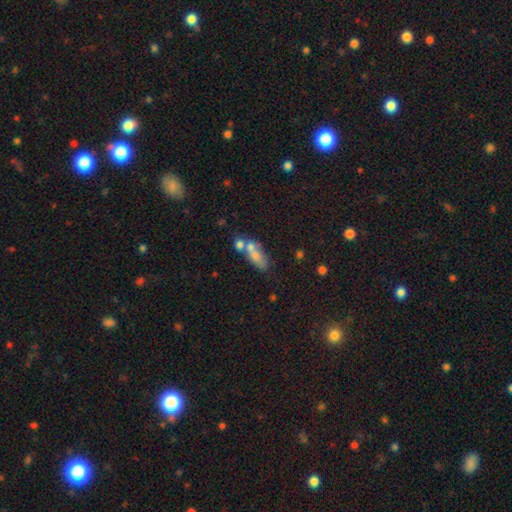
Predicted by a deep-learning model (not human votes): A smooth galaxy with no disk features (62%) that is in between round and cigar-shaped (67%).

Vote fractions:
- Smooth or featured? smooth: 62% / featured or disk: 26% / star or artifact: 12%
- How rounded? in between: 67% / cigar-shaped: 24% / round: 9%
- Merging? merger: 41% / none: 35% / minor disturbance: 14% / major disturbance: 9%